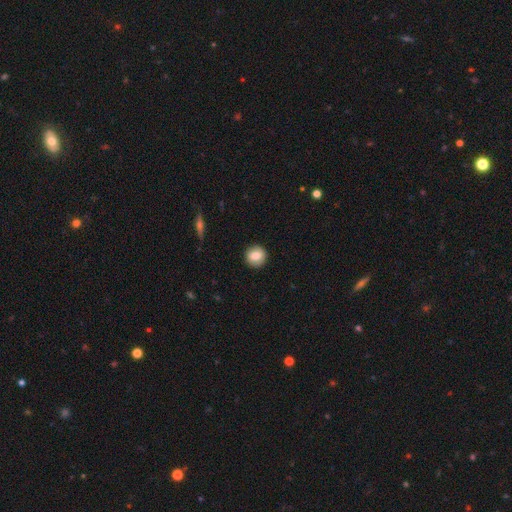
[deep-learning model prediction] This appears to be a smooth galaxy with no disk features (81%) that is round (92%). Merging: none (91%).